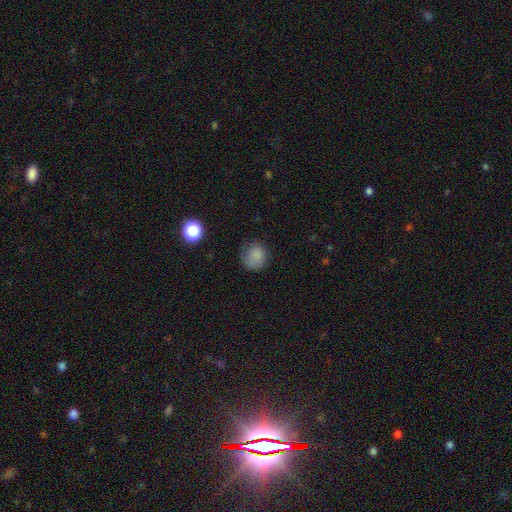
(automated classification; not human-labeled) Morphology: type=smooth (82%); roundness=round (83%); merging=none (68%).